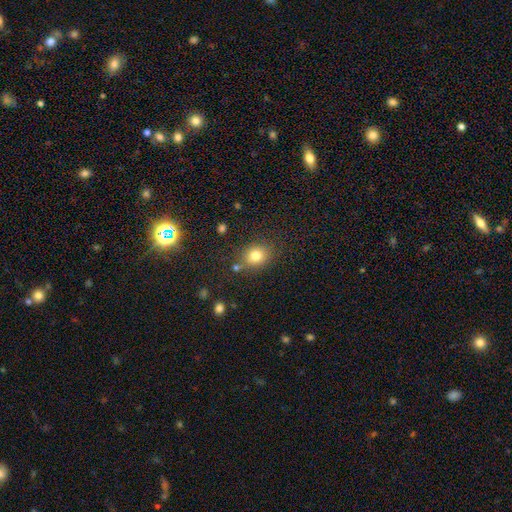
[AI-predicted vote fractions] Overall: smooth (79%). How rounded: round (59%; in between 40%). Merging: none (73%).